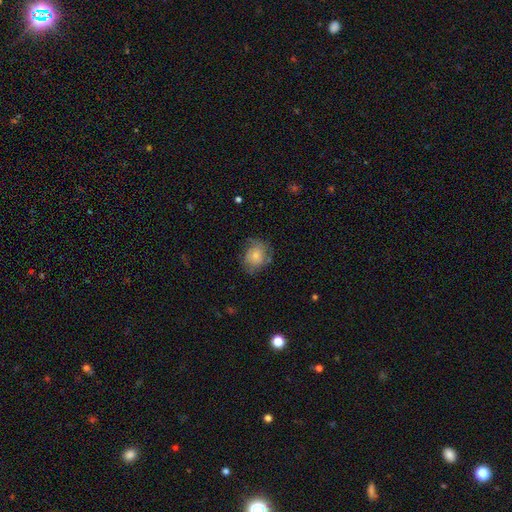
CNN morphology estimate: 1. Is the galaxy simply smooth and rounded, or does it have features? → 59% smooth, 33% featured or disk, 8% star or artifact.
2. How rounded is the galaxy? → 64% round, 35% in between, 1% cigar-shaped.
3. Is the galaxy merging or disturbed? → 61% none, 26% minor disturbance, 12% major disturbance, 2% merger.